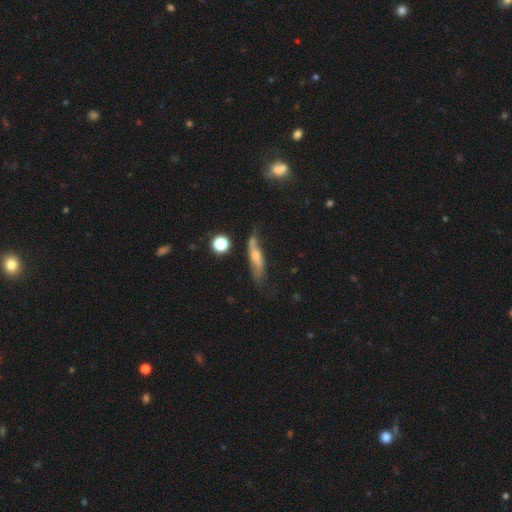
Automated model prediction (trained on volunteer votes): The model was most divided on "smooth or featured": featured or disk: 52%, smooth: 33%, star or artifact: 15%. More confident: edge-on disk — yes (66%); merging — none (59%).